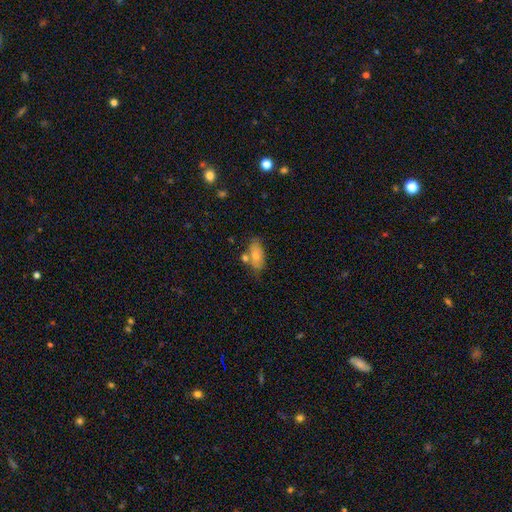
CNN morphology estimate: A smooth galaxy with no disk features (62%) that is in between round and cigar-shaped (81%).

Vote fractions:
- Smooth or featured? smooth: 62% / featured or disk: 29% / star or artifact: 10%
- How rounded? in between: 81% / cigar-shaped: 14% / round: 5%
- Merging? none: 68% / minor disturbance: 16% / merger: 12% / major disturbance: 4%